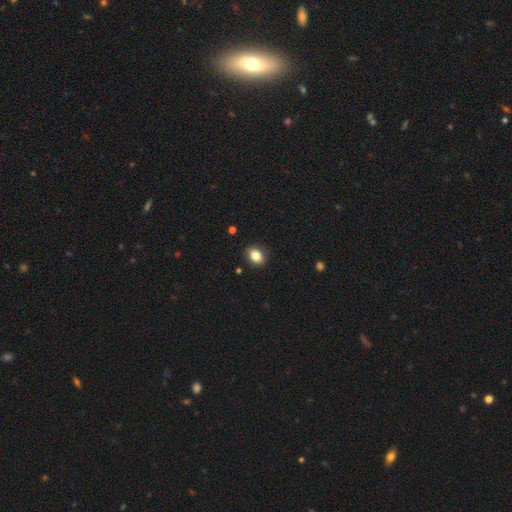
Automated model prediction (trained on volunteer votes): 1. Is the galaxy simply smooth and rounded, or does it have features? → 83% smooth, 9% star or artifact, 8% featured or disk.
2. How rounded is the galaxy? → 63% in between, 36% round, 1% cigar-shaped.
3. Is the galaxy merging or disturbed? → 88% none, 9% minor disturbance, 2% major disturbance, 1% merger.